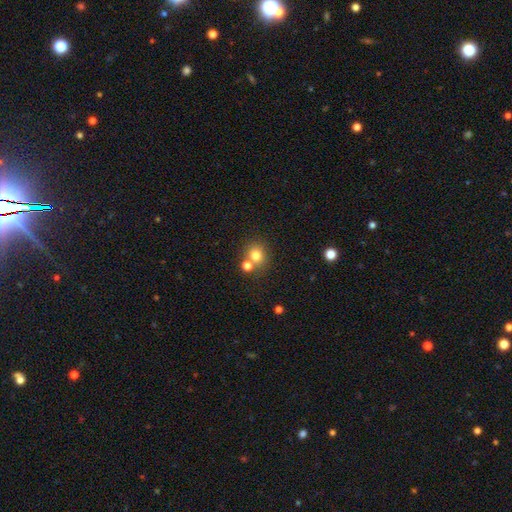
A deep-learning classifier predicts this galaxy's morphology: Smooth or featured? Predicted: smooth (p=0.77). How rounded? Predicted: round (p=0.82). Merging? Predicted: none (p=0.60).